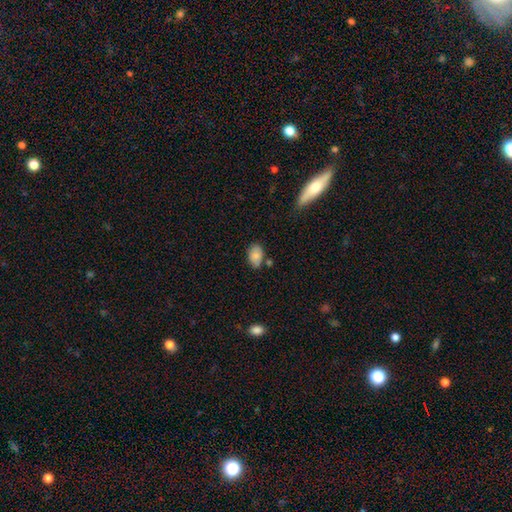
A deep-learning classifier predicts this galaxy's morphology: Smooth or featured? smooth (82%)
How rounded? in between (87%)
Merging? none (68%)